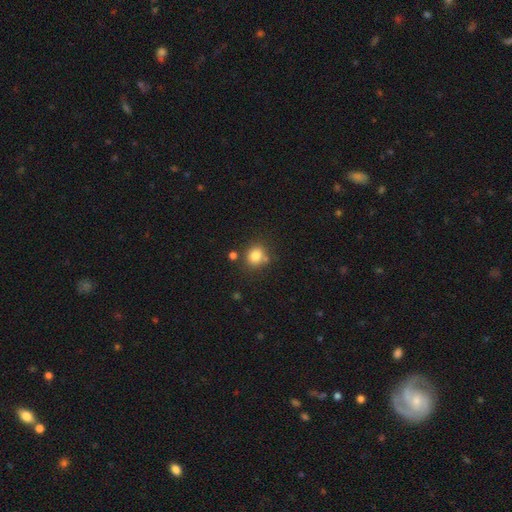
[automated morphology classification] Smooth or featured?
  - smooth: 81% *
  - star or artifact: 12%
  - featured or disk: 7%
How rounded?
  - round: 75% *
  - in between: 24%
  - cigar-shaped: 1%
Merging?
  - none: 71% *
  - minor disturbance: 13%
  - merger: 13%
  - major disturbance: 4%